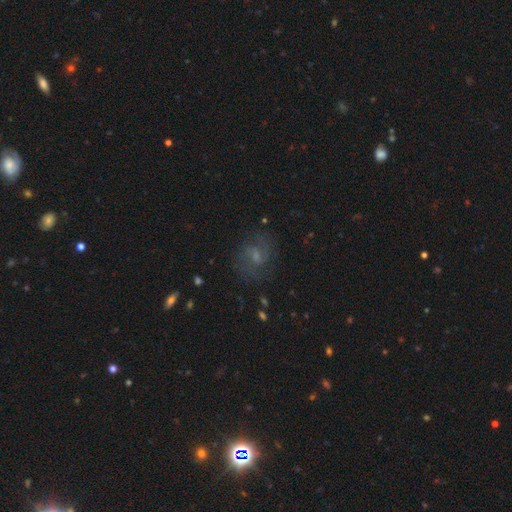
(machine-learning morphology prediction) The model was most divided on "bulge size": small: 42%, moderate: 29%, none: 23%, large: 5%, dominant: 1%. More confident: edge-on disk — no (97%); spiral arms — yes (85%); merging — none (71%); smooth or featured — featured or disk (58%); bar — weak (54%).